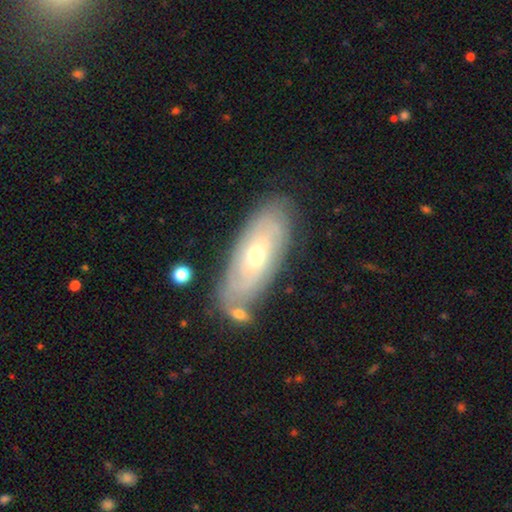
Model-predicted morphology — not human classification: smooth_or_featured: featured or disk (p=0.64) [alt: smooth p=0.30]
disk_edge_on: no (p=0.85) [alt: yes p=0.15]
bar: no (p=0.78) [alt: weak p=0.18]
has_spiral_arms: yes (p=0.70) [alt: no p=0.30]
bulge_size: moderate (p=0.60) [alt: small p=0.34]
merging: none (p=0.71) [alt: minor disturbance p=0.17]